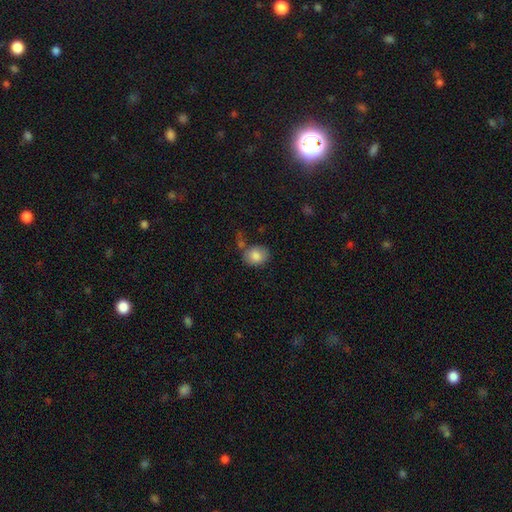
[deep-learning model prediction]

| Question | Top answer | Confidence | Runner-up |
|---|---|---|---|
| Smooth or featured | smooth | 83% | featured or disk (9%) |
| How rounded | round | 52% | in between (47%) |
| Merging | none | 57% | minor disturbance (20%) |